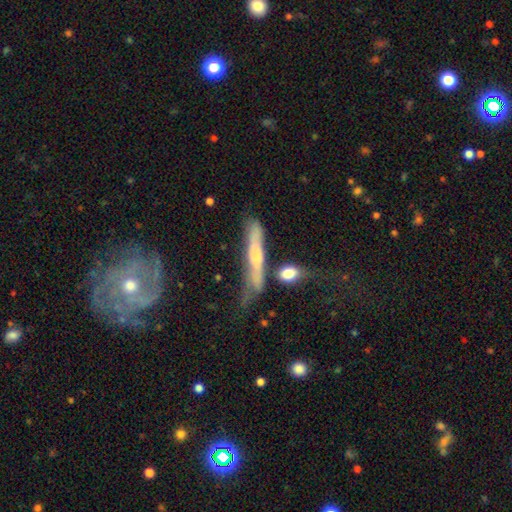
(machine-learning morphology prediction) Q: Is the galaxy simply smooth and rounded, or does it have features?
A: featured or disk — 54%.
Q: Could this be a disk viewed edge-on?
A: yes — 77%.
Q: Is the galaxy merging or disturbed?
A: none — 42%.